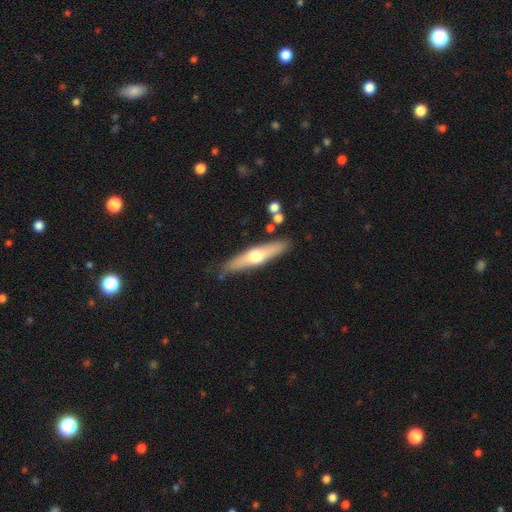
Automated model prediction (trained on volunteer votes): smooth-or-featured: featured or disk: 53% | smooth: 42% | star or artifact: 5%
  disk-edge-on: yes: 90% | no: 10%
  merging: none: 83% | minor disturbance: 11% | merger: 3% | major disturbance: 2%